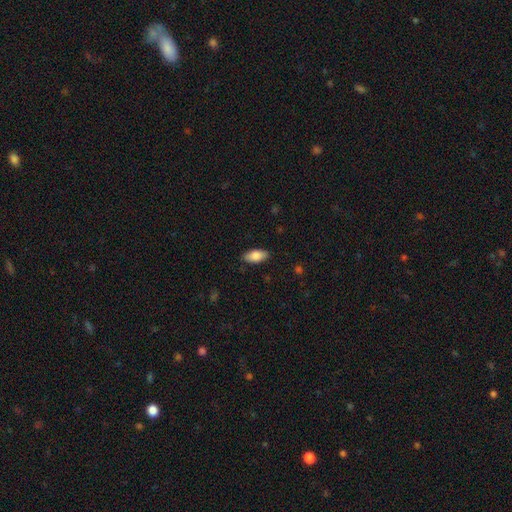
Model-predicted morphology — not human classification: smooth-or-featured: smooth: 84% | featured or disk: 9% | star or artifact: 6%
  how-rounded: in between: 89% | cigar-shaped: 9% | round: 2%
  merging: none: 86% | minor disturbance: 11% | major disturbance: 2% | merger: 1%